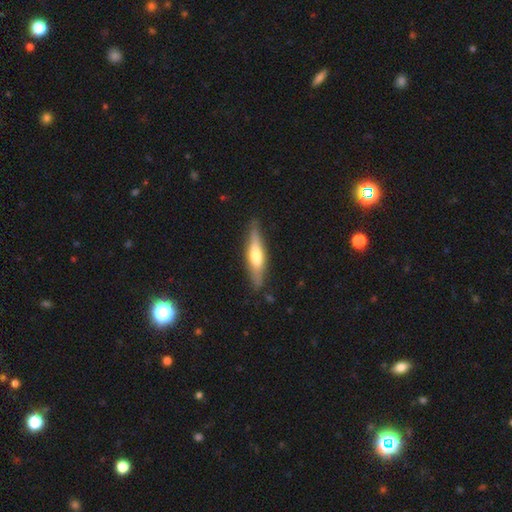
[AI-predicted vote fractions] Overall: featured or disk (50%; smooth 45%). Merging: none (84%).